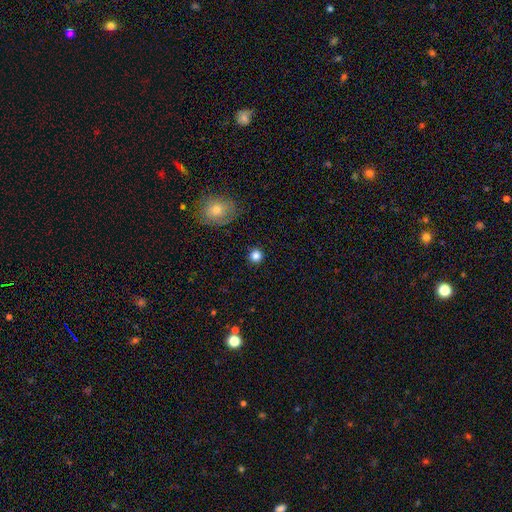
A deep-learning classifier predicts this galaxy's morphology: This is clearly a smooth galaxy (84%). How rounded: clearly round (94%). Merging: clearly none (91%).